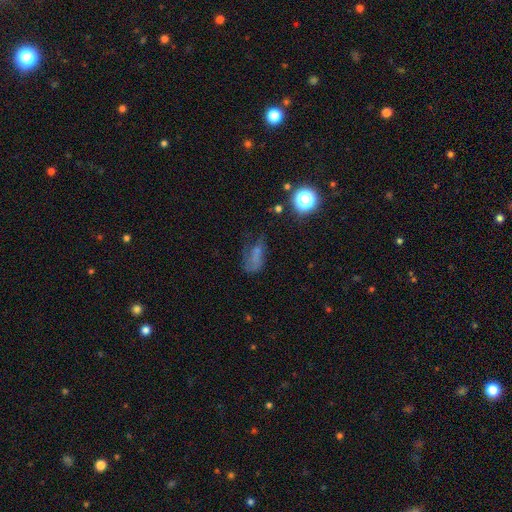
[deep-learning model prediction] Smooth or featured?
  - smooth: 52% *
  - featured or disk: 25%
  - star or artifact: 23%
How rounded?
  - in between: 76% *
  - round: 13%
  - cigar-shaped: 11%
Merging?
  - none: 35% *
  - major disturbance: 34%
  - minor disturbance: 26%
  - merger: 5%